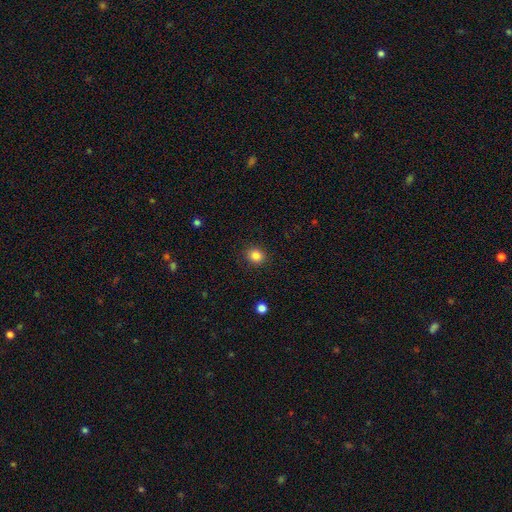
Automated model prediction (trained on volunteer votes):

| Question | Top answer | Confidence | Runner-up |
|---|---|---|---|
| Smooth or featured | smooth | 85% | star or artifact (11%) |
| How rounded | round | 79% | in between (20%) |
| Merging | none | 90% | minor disturbance (7%) |